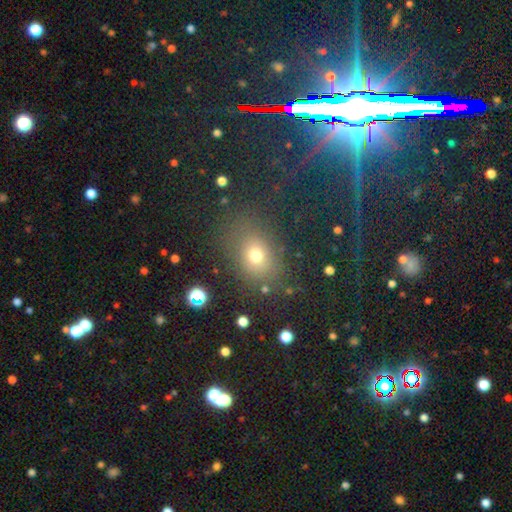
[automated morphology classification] Overall: smooth (70%). How rounded: in between (53%; round 45%). Merging: none (74%).